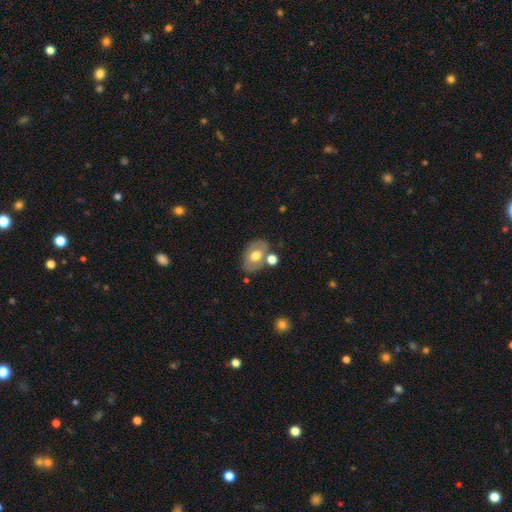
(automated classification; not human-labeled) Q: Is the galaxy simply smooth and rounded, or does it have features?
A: smooth — 55%.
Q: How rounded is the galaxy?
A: in between — 82%.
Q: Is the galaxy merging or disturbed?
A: none — 66%.